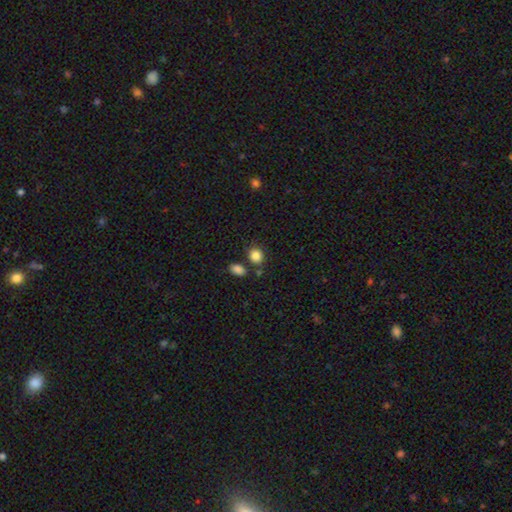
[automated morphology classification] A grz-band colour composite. It shows a smooth galaxy with no disk features (86%) that is round (67%). Merging: none (71%).